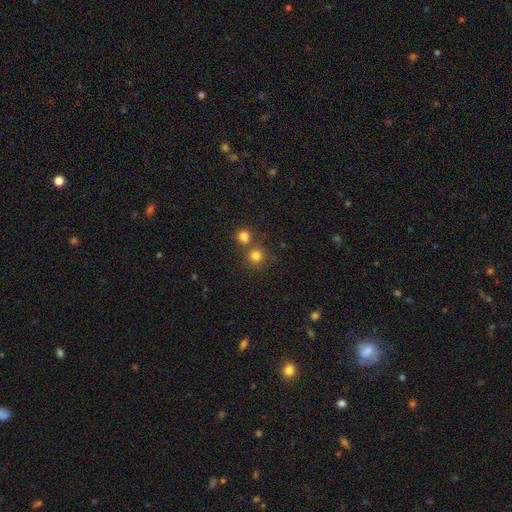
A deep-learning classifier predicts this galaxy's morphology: smooth_or_featured: smooth (p=0.80) [alt: star or artifact p=0.14]
how_rounded: round (p=0.92) [alt: in between p=0.08]
merging: none (p=0.64) [alt: merger p=0.26]